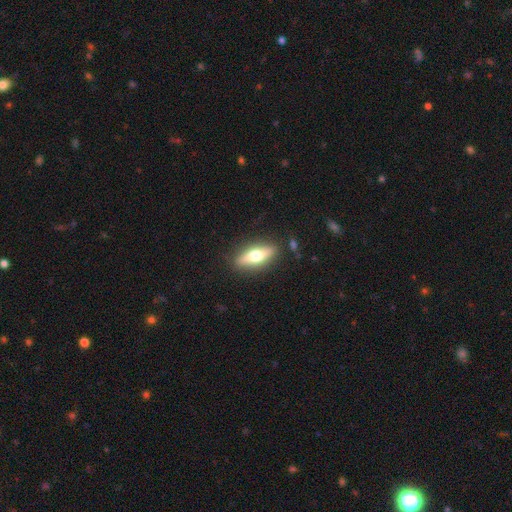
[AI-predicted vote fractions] Smooth or featured? Predicted: smooth (p=0.49). Merging? Predicted: none (p=0.86).